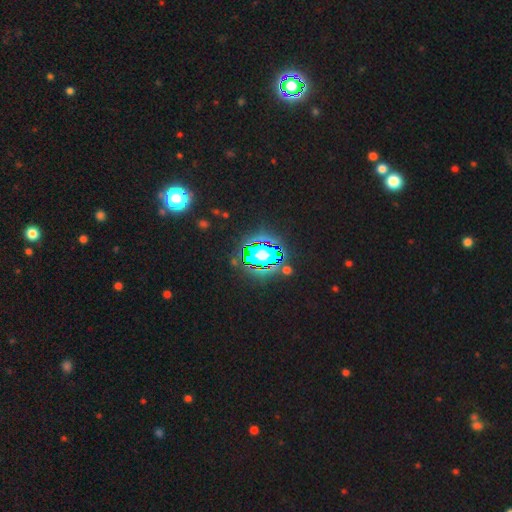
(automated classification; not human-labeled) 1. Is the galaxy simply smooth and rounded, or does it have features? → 77% star or artifact, 14% smooth, 9% featured or disk.